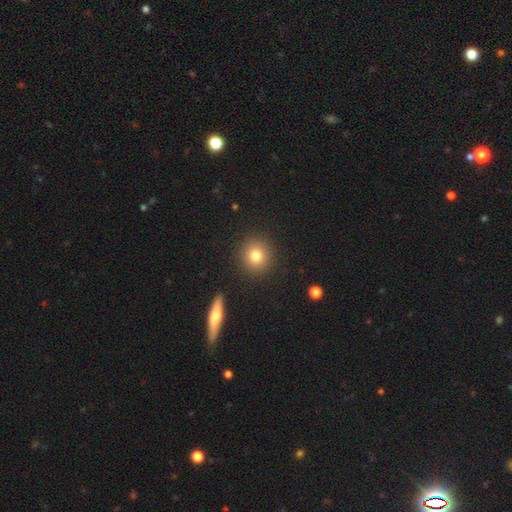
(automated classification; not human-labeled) Smooth or featured? smooth (80%)
How rounded? round (90%)
Merging? none (91%)